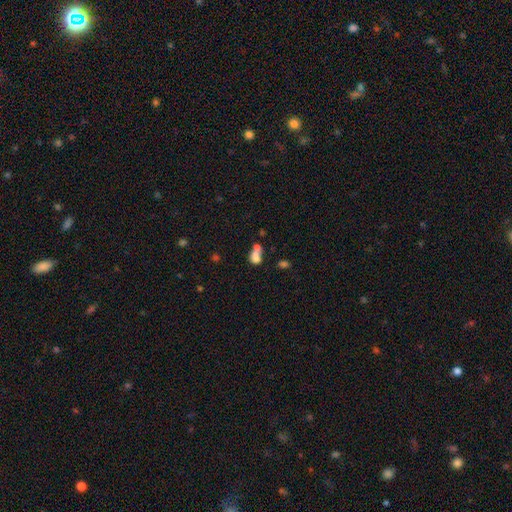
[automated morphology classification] Q: Smooth or featured?
A: smooth (72%); runner-up: featured or disk (16%)
Q: How rounded?
A: in between (70%); runner-up: round (26%)
Q: Merging?
A: merger (56%); runner-up: none (22%)